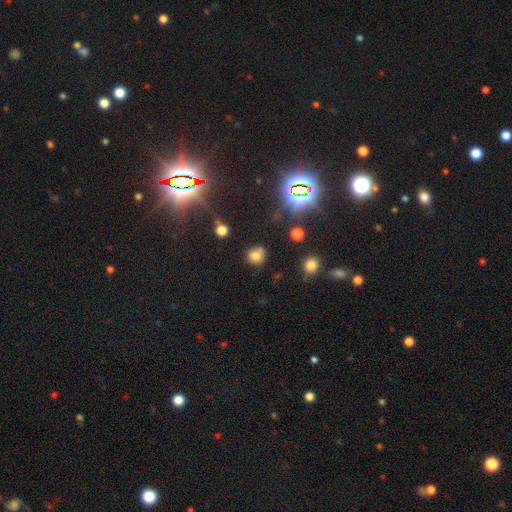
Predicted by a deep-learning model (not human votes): Smooth or featured? Predicted: smooth (p=0.73). How rounded? Predicted: round (p=0.86). Merging? Predicted: none (p=0.66).